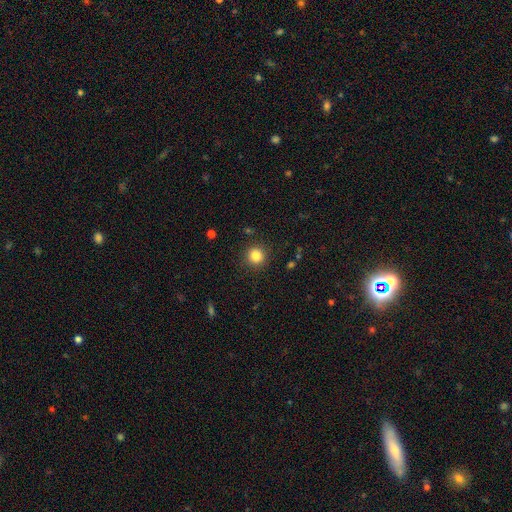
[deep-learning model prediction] Overall: smooth (84%). How rounded: round (93%). Merging: none (89%).